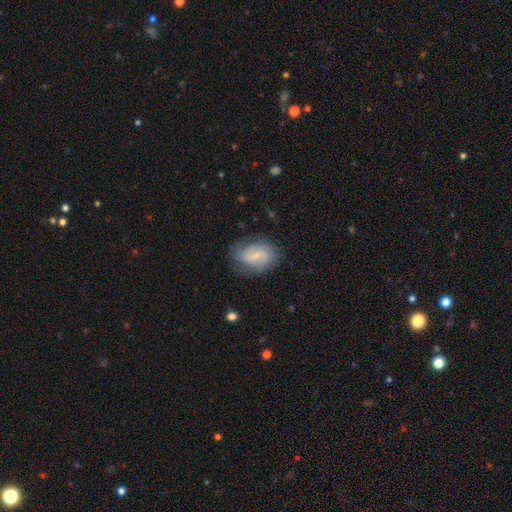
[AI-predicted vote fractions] Smooth or featured? featured or disk (54%)
Edge-on disk? no (97%)
Bar? weak (53%)
Spiral arms? yes (87%)
Bulge size? small (57%)
Merging? none (70%)